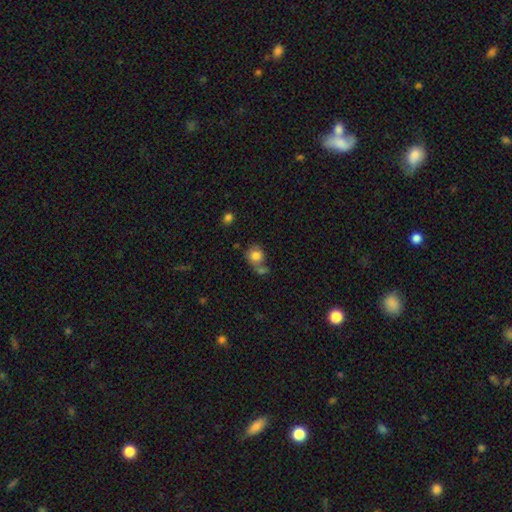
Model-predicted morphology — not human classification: type=smooth (80%); roundness=round (74%); merging=none (41%).